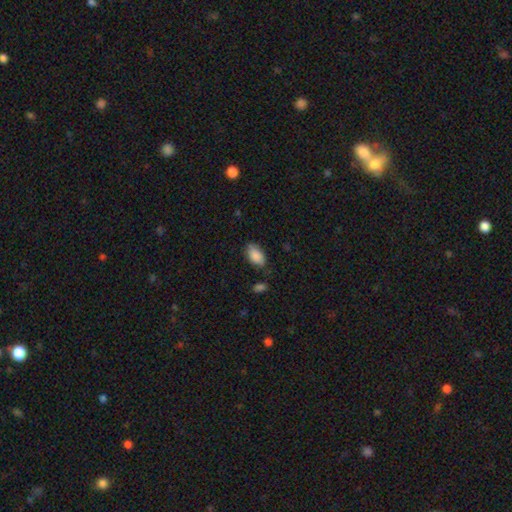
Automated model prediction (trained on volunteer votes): Overall: smooth (88%). How rounded: in between (94%). Merging: none (76%).